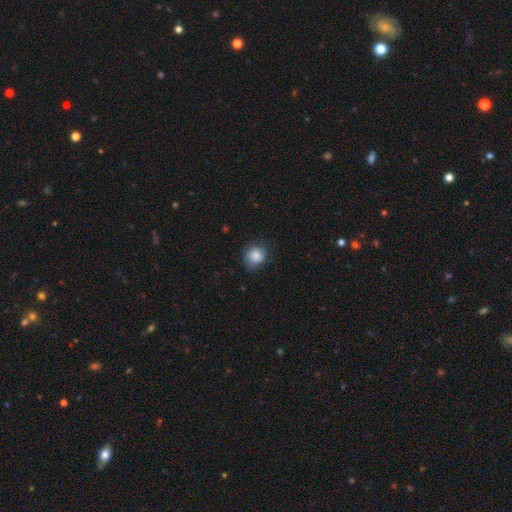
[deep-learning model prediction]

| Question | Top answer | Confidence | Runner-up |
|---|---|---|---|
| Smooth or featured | smooth | 82% | star or artifact (9%) |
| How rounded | round | 82% | in between (17%) |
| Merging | none | 73% | minor disturbance (21%) |